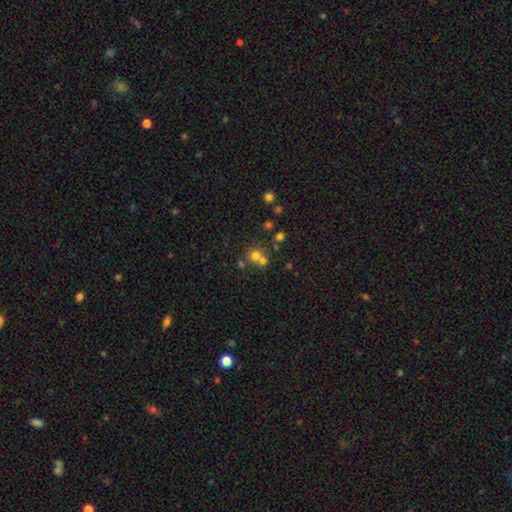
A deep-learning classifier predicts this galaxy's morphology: Q: Smooth or featured?
A: smooth (65%); runner-up: star or artifact (20%)
Q: How rounded?
A: round (85%); runner-up: in between (14%)
Q: Merging?
A: none (47%); runner-up: merger (43%)